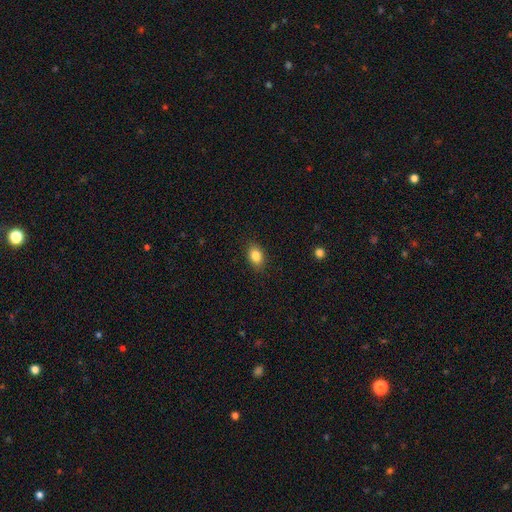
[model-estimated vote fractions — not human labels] Overall: smooth (85%). How rounded: in between (80%). Merging: none (87%).